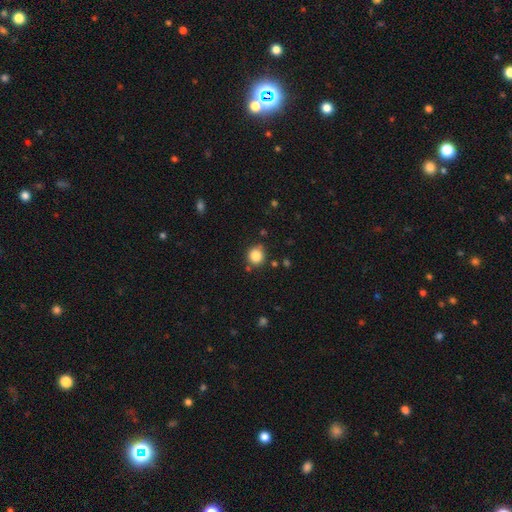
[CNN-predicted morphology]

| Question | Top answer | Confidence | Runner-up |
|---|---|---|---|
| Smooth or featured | smooth | 85% | star or artifact (11%) |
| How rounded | round | 89% | in between (10%) |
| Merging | none | 80% | minor disturbance (12%) |